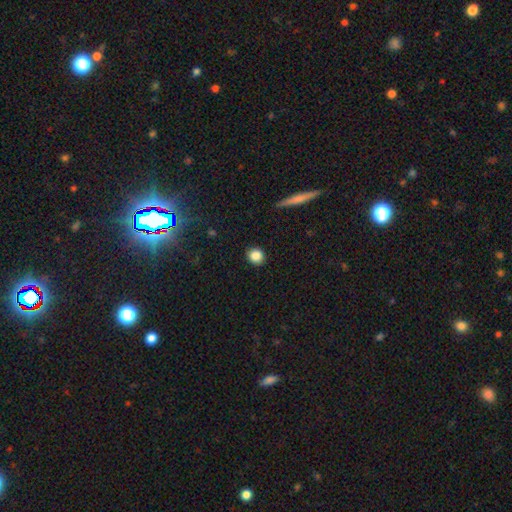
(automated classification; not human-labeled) This appears to be a smooth galaxy with no disk features (85%) that is round (87%). Merging: none (91%).